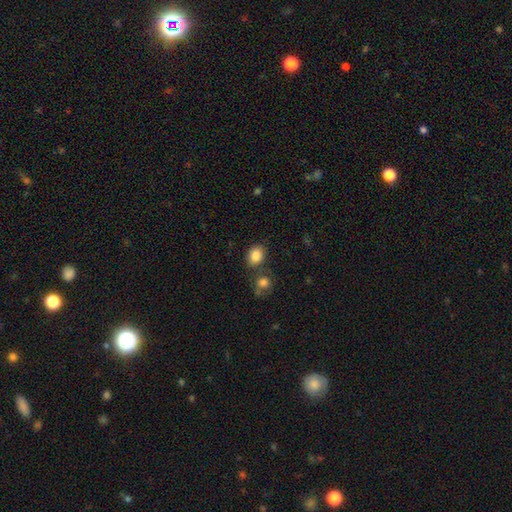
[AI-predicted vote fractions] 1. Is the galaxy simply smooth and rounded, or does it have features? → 85% smooth, 9% star or artifact, 6% featured or disk.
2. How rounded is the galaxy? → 52% in between, 47% round, 1% cigar-shaped.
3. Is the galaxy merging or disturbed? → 72% none, 13% merger, 12% minor disturbance, 4% major disturbance.